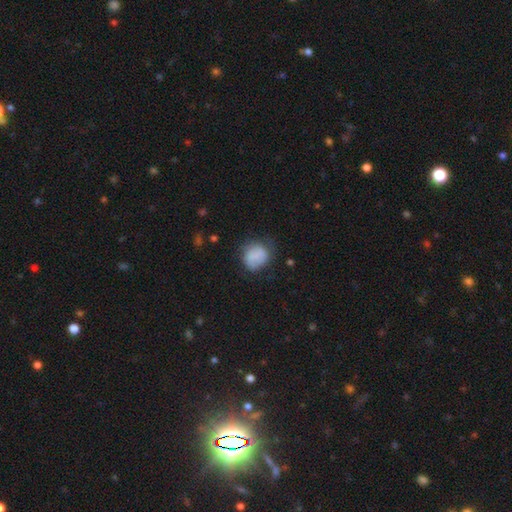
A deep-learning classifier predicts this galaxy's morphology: This is likely a smooth galaxy (79%). How rounded: likely round (72%). Merging: possibly none (59%).